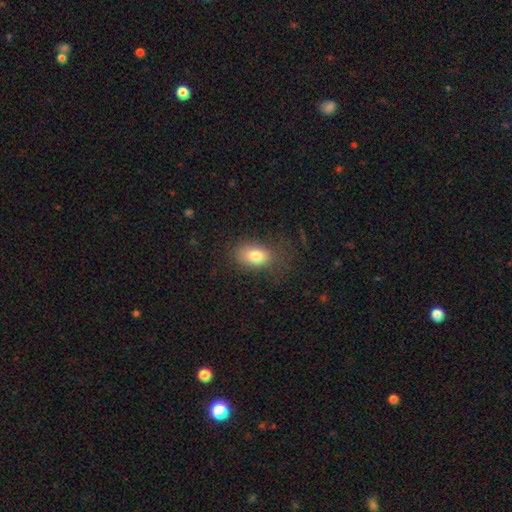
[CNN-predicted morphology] smooth_or_featured: smooth (p=0.80) [alt: featured or disk p=0.10]
how_rounded: in between (p=0.84) [alt: round p=0.14]
merging: none (p=0.69) [alt: minor disturbance p=0.18]